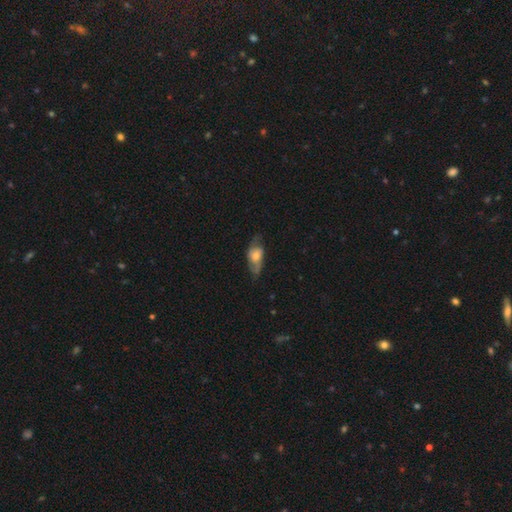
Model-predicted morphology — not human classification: A featured or disk galaxy (50%). Merging: none (56%).